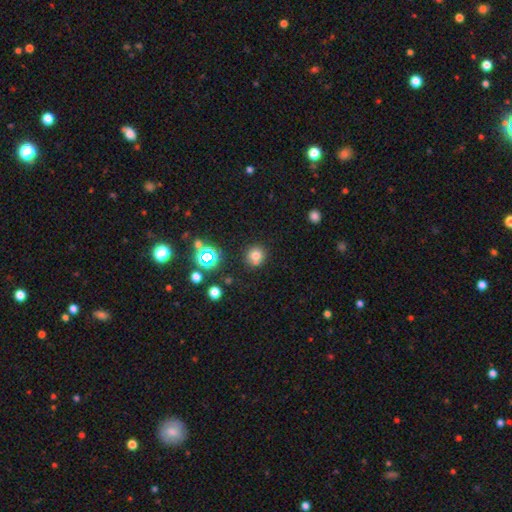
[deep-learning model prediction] smooth_or_featured: smooth (p=0.73) [alt: star or artifact p=0.18]
how_rounded: round (p=0.91) [alt: in between p=0.08]
merging: none (p=0.73) [alt: merger p=0.13]